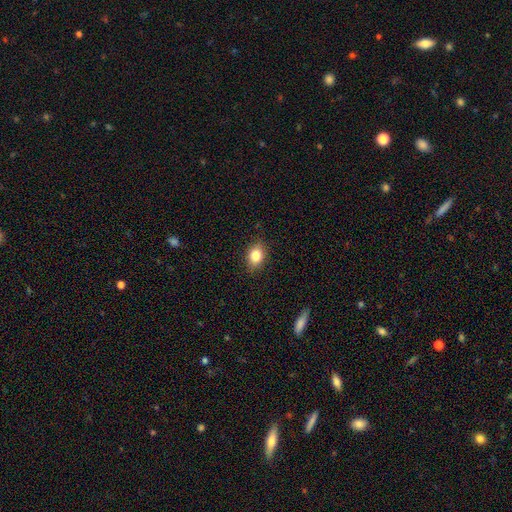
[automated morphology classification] Smooth or featured? Predicted: smooth (p=0.82). How rounded? Predicted: in between (p=0.69). Merging? Predicted: none (p=0.86).